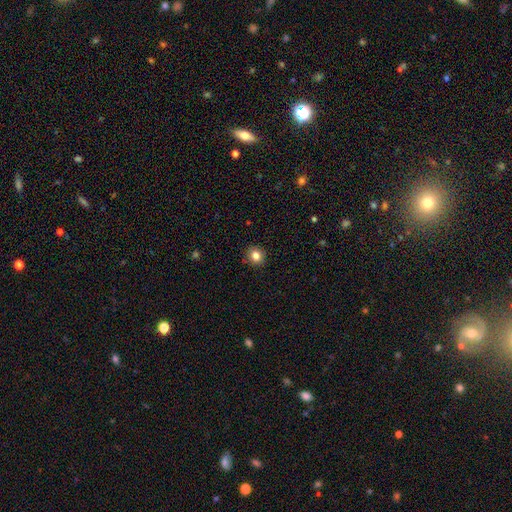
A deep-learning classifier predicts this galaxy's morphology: This is clearly a smooth galaxy (82%). How rounded: clearly round (84%). Merging: clearly none (91%).